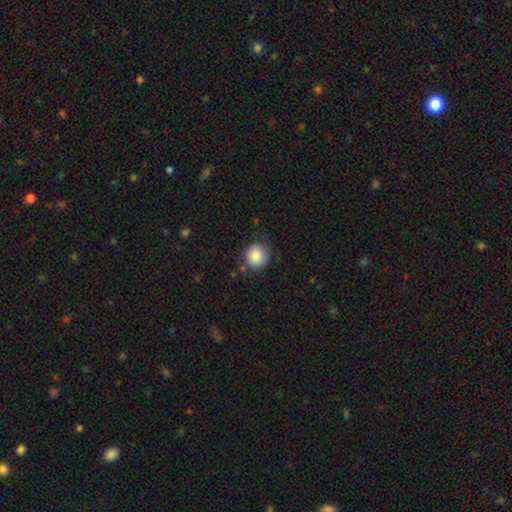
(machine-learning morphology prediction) A smooth galaxy with no disk features (86%) that is round (85%). Merging: none (74%).